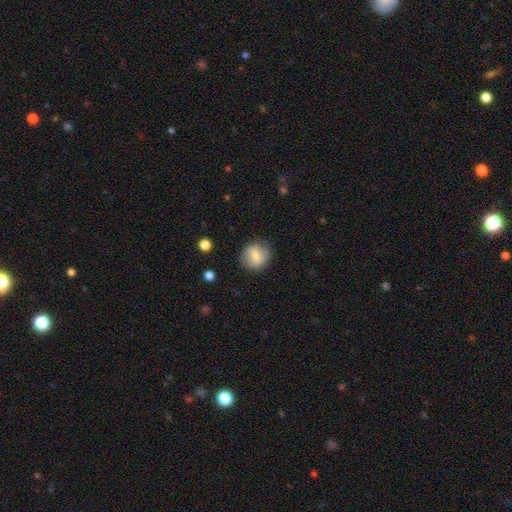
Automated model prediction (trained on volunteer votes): A smooth galaxy with no disk features (53%) that is round (81%).

Vote fractions:
- Smooth or featured? smooth: 53% / featured or disk: 39% / star or artifact: 8%
- How rounded? round: 81% / in between: 18% / cigar-shaped: 1%
- Merging? none: 78% / minor disturbance: 16% / major disturbance: 5% / merger: 1%